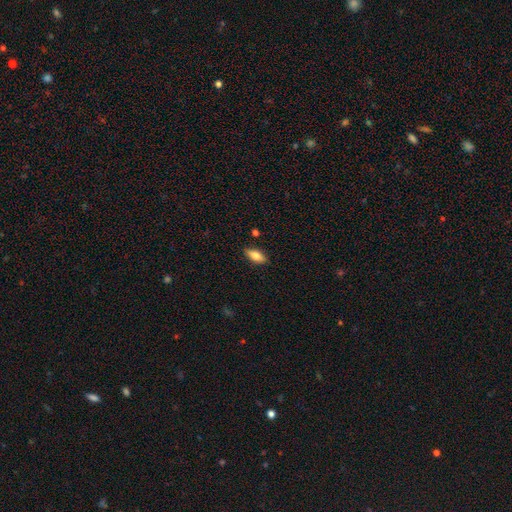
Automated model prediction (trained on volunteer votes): The model was most divided on "smooth or featured": smooth: 75%, featured or disk: 18%, star or artifact: 7%. More confident: merging — none (86%); how rounded — in between (83%).